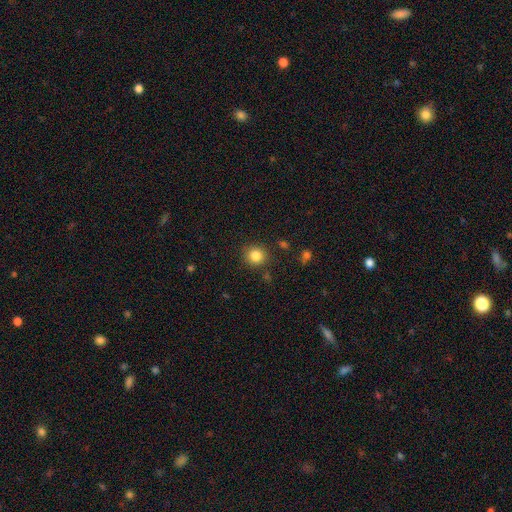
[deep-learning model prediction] A smooth galaxy with no disk features (84%) that is round (90%). Merging: none (87%).